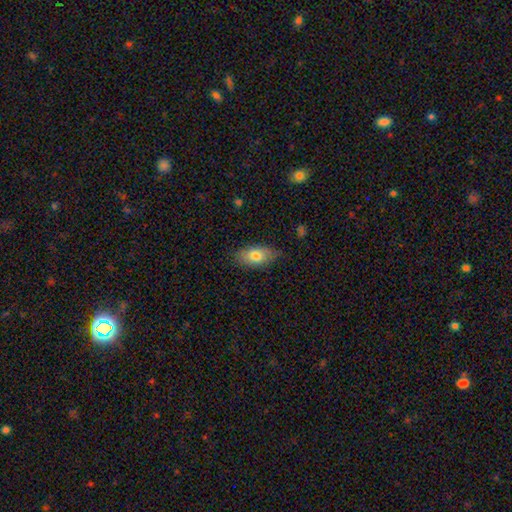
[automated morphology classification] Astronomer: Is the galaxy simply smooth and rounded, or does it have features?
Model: smooth — 77%.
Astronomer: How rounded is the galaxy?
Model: in between — 89%.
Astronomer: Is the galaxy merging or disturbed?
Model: none — 75%.